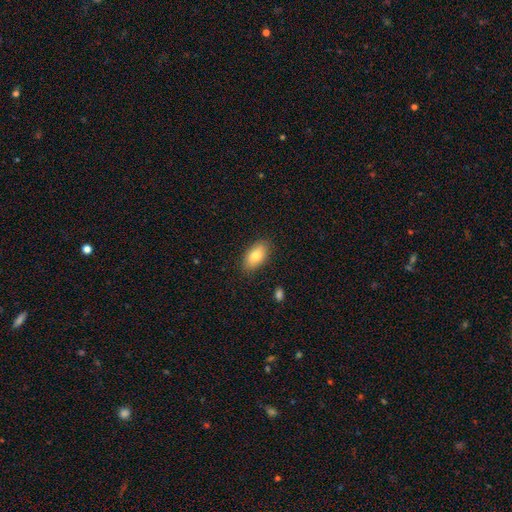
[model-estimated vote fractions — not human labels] Smooth or featured?
  - smooth: 79% *
  - featured or disk: 14%
  - star or artifact: 7%
How rounded?
  - in between: 92% *
  - round: 5%
  - cigar-shaped: 3%
Merging?
  - none: 86% *
  - minor disturbance: 11%
  - major disturbance: 2%
  - merger: 1%